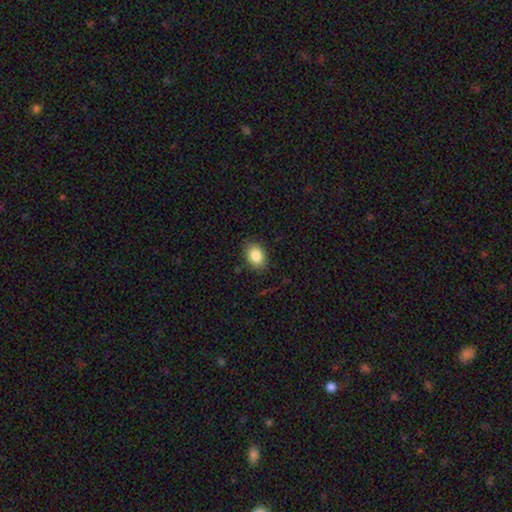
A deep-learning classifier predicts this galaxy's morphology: Smooth or featured? smooth (85%)
How rounded? in between (68%)
Merging? none (81%)